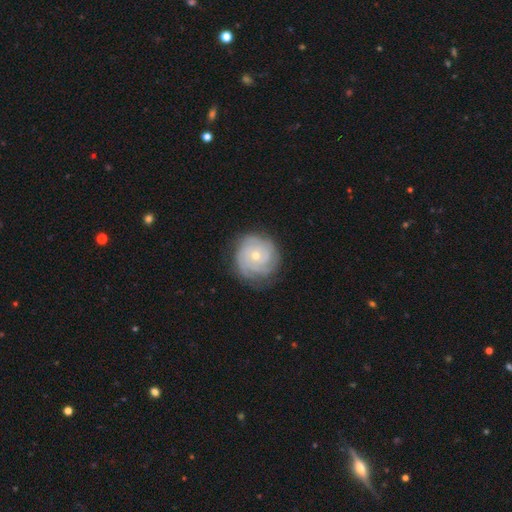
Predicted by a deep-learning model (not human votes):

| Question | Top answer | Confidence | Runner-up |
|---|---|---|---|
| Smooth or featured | featured or disk | 78% | smooth (16%) |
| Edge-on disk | no | 98% | yes (2%) |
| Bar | no | 80% | weak (17%) |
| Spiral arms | yes | 94% | no (6%) |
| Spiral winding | tight | 78% | medium (18%) |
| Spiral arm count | can't tell | 37% | 3 (22%) |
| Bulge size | small | 53% | moderate (44%) |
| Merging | none | 76% | minor disturbance (16%) |